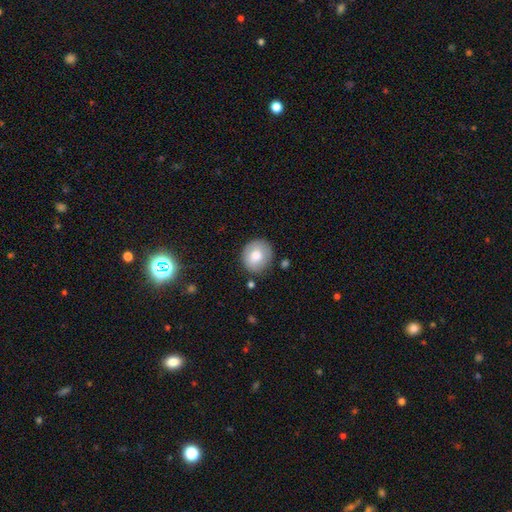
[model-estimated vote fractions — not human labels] Smooth or featured: smooth — 76% (featured or disk — 17%)
How rounded: round — 80% (in between — 19%)
Merging: none — 79% (minor disturbance — 14%)